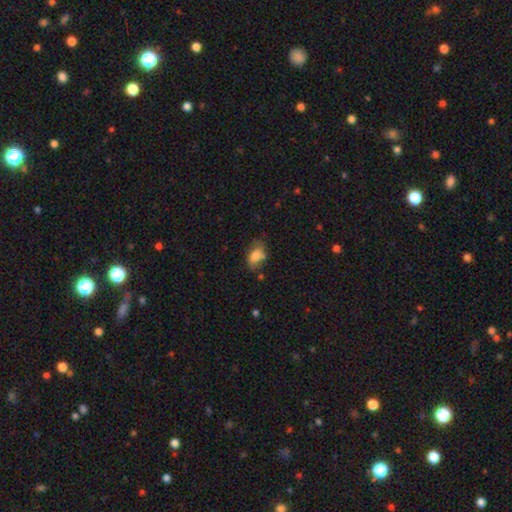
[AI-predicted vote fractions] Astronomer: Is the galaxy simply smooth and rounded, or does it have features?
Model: smooth — 73%.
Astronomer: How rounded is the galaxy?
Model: in between — 87%.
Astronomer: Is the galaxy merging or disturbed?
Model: none — 53%.